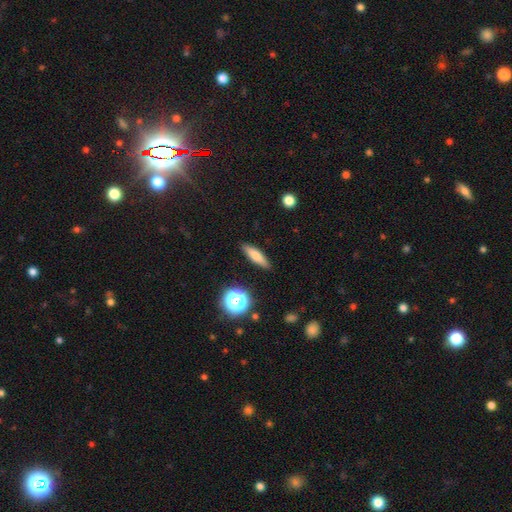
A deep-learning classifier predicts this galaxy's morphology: Smooth or featured?
  - smooth: 72% *
  - featured or disk: 19%
  - star or artifact: 9%
How rounded?
  - cigar-shaped: 67% *
  - in between: 28%
  - round: 5%
Merging?
  - none: 88% *
  - minor disturbance: 8%
  - major disturbance: 2%
  - merger: 2%